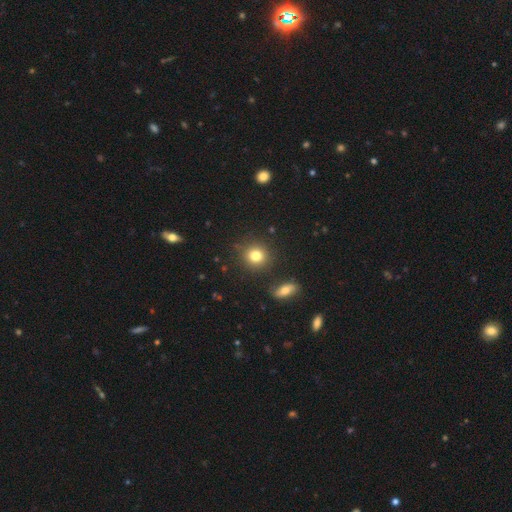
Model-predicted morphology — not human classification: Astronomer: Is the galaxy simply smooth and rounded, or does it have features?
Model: smooth — 81%.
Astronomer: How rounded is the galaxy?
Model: round — 87%.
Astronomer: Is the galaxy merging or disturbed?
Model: none — 86%.